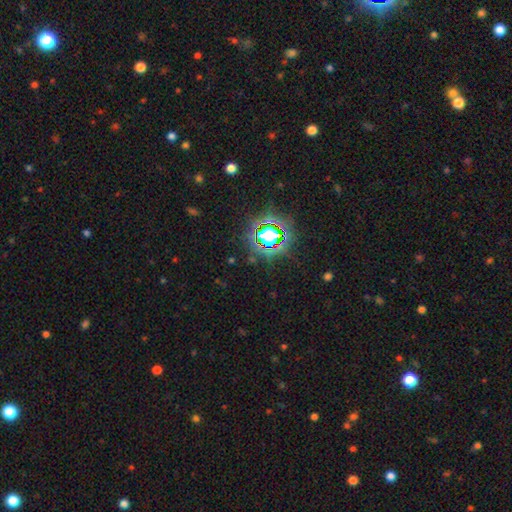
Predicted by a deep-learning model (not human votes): smooth_or_featured: star or artifact (p=0.84) [alt: smooth p=0.10]